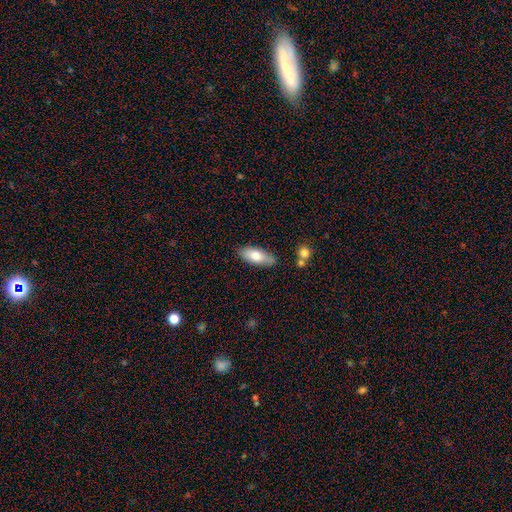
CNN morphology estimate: Smooth or featured? smooth (74%)
How rounded? in between (78%)
Merging? none (80%)